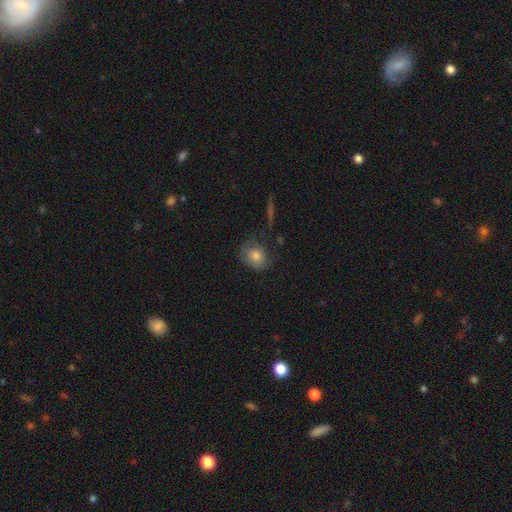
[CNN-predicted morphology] Smooth or featured?
  - smooth: 69% *
  - featured or disk: 22%
  - star or artifact: 9%
How rounded?
  - round: 66% *
  - in between: 32%
  - cigar-shaped: 1%
Merging?
  - none: 59% *
  - minor disturbance: 25%
  - major disturbance: 12%
  - merger: 3%